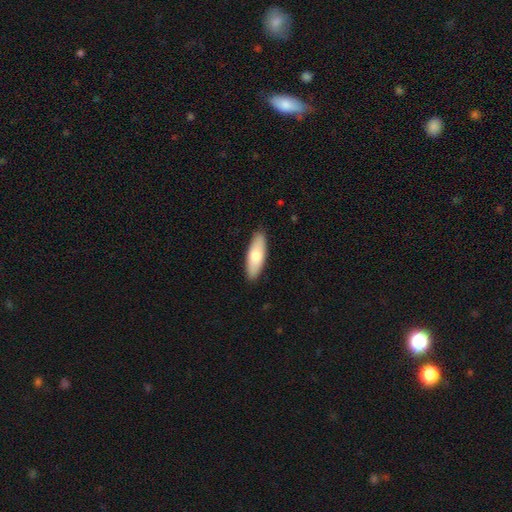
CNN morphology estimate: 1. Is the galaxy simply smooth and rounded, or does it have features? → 75% smooth, 20% featured or disk, 5% star or artifact.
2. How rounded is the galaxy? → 59% in between, 39% cigar-shaped, 2% round.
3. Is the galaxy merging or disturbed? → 89% none, 8% minor disturbance, 2% major disturbance, 1% merger.